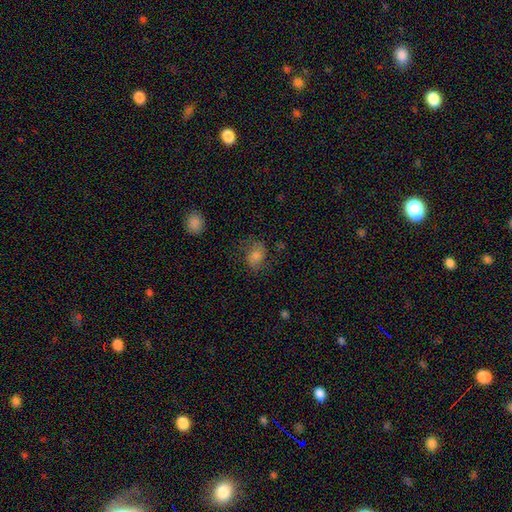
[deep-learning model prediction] A smooth galaxy with no disk features (56%) that is round (50%).

Vote fractions:
- Smooth or featured? smooth: 56% / featured or disk: 30% / star or artifact: 14%
- How rounded? round: 50% / in between: 49% / cigar-shaped: 1%
- Merging? none: 69% / minor disturbance: 20% / major disturbance: 10% / merger: 2%